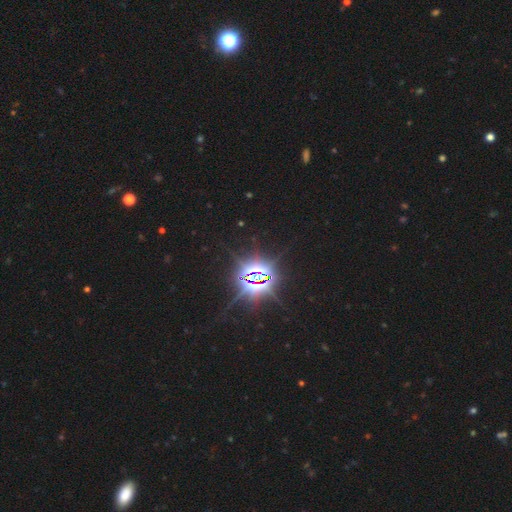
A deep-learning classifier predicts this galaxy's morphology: Smooth or featured? Predicted: star or artifact (p=0.85).